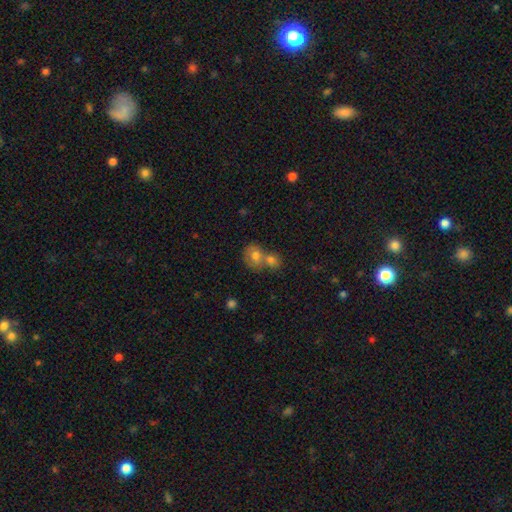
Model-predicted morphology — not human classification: This is likely a smooth galaxy (71%). How rounded: possibly round (60%). Merging: possibly merger (60%).